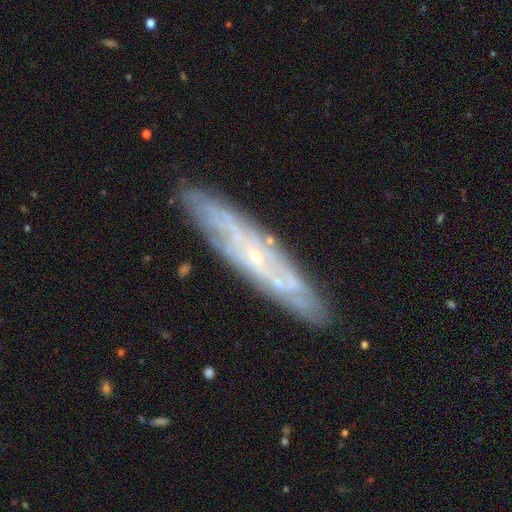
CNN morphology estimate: featured or disk 77%, smooth 17%, star or artifact 7%. Down the decision tree: edge-on disk — no (53%); merging — none (85%).